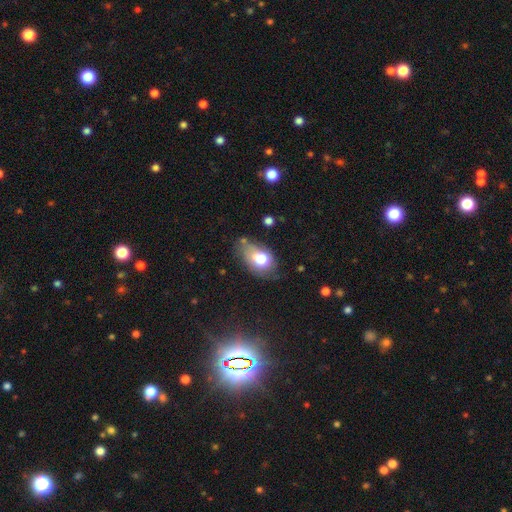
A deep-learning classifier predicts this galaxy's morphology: smooth_or_featured: smooth (p=0.68) [alt: featured or disk p=0.19]
how_rounded: in between (p=0.81) [alt: round p=0.17]
merging: none (p=0.52) [alt: minor disturbance p=0.30]